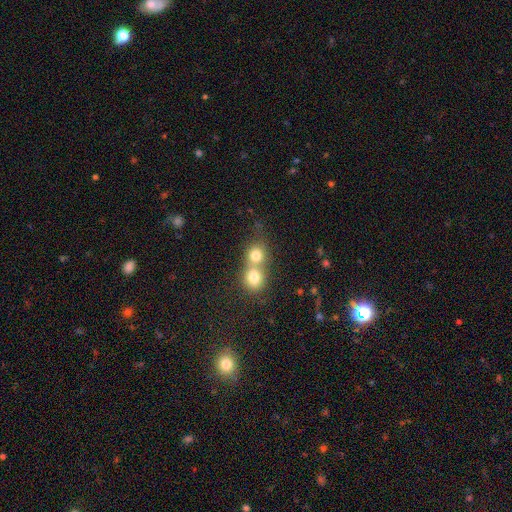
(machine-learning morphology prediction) Smooth or featured? Predicted: smooth (p=0.76). How rounded? Predicted: round (p=0.79). Merging? Predicted: merger (p=0.64).